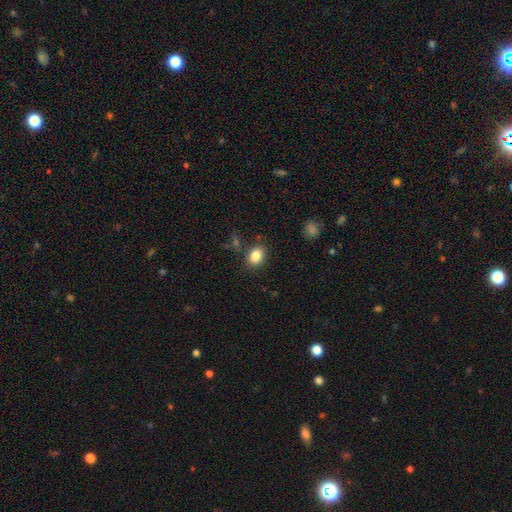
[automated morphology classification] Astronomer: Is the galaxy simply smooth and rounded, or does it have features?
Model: smooth — 85%.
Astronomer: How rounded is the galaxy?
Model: in between — 62%.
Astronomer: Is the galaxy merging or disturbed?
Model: none — 82%.